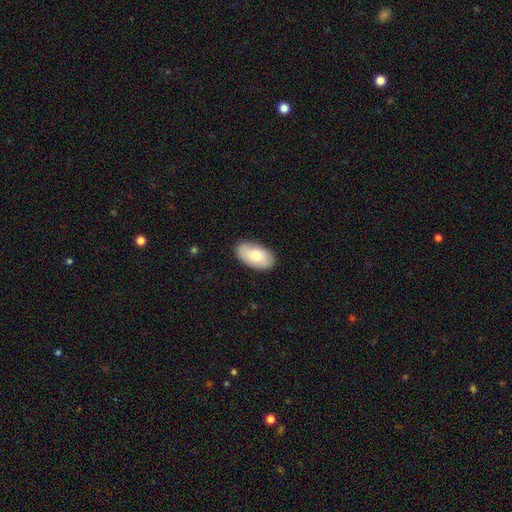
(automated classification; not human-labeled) A smooth galaxy with no disk features (78%) that is in between round and cigar-shaped (95%). Merging: none (85%).